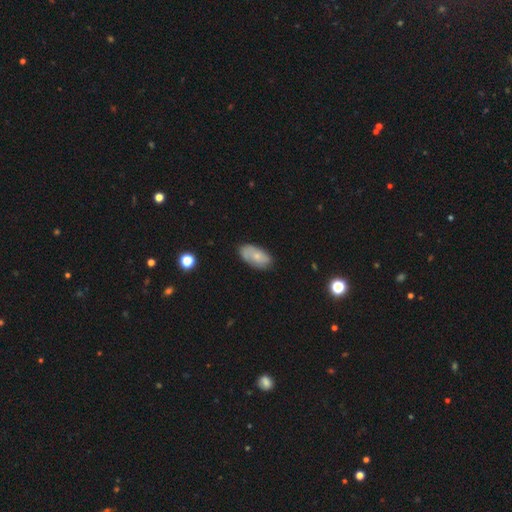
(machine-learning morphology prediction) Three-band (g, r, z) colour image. It shows a smooth galaxy with no disk features (58%) that is in between round and cigar-shaped (92%). Merging: none (71%).